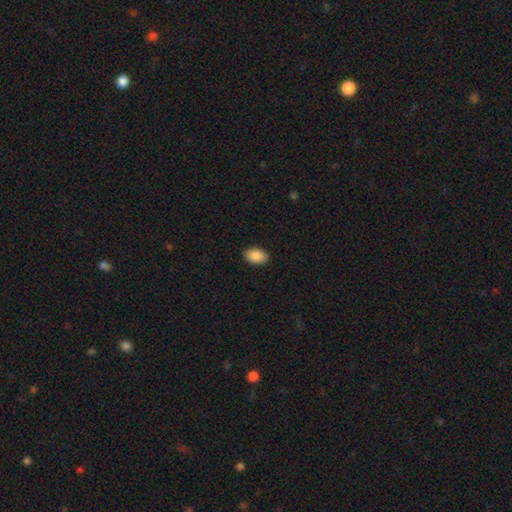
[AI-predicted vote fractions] Q: Smooth or featured?
A: smooth (89%); runner-up: star or artifact (7%)
Q: How rounded?
A: in between (90%); runner-up: round (9%)
Q: Merging?
A: none (89%); runner-up: minor disturbance (8%)